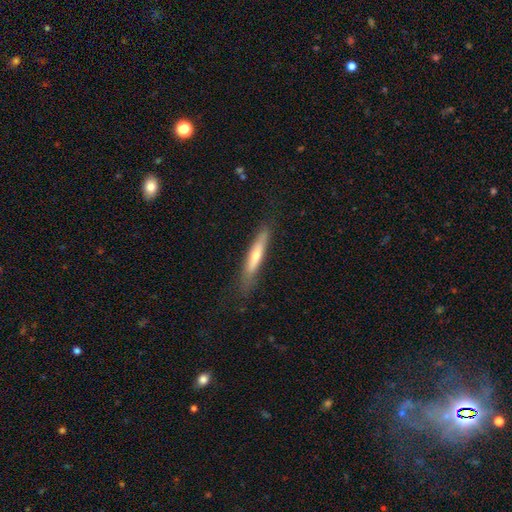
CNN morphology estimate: A featured or disk galaxy (48%). Merging: none (79%).